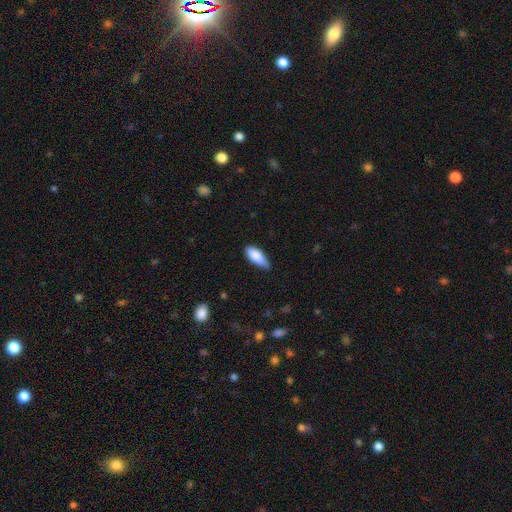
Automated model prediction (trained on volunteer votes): Smooth or featured? smooth (84%)
How rounded? in between (79%)
Merging? none (62%)